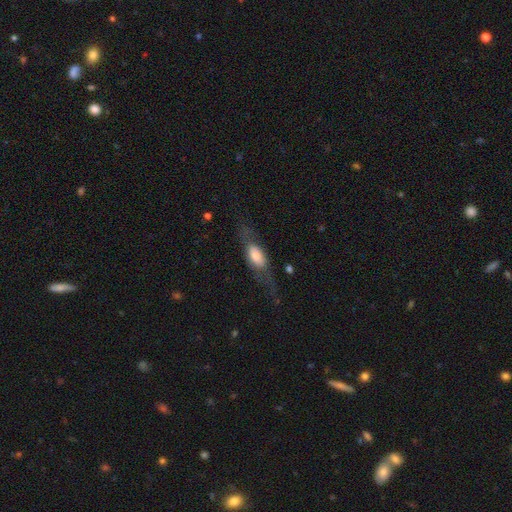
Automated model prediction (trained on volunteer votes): This is possibly a smooth galaxy (52%). How rounded: likely in between (70%). Merging: possibly none (57%).